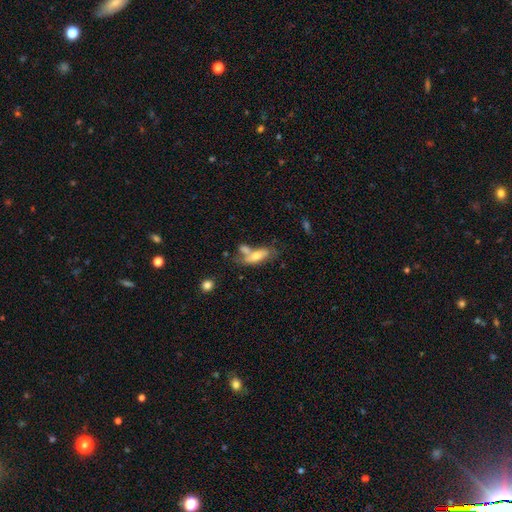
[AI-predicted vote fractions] smooth-or-featured: smooth: 57% | featured or disk: 35% | star or artifact: 8%
  how-rounded: in between: 63% | cigar-shaped: 34% | round: 3%
  merging: none: 37% | merger: 36% | minor disturbance: 17% | major disturbance: 10%